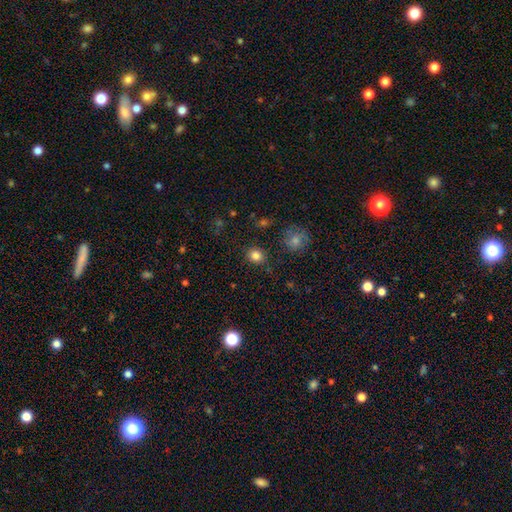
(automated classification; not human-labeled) smooth-or-featured: smooth: 83% | star or artifact: 12% | featured or disk: 6%
  how-rounded: round: 77% | in between: 23% | cigar-shaped: 1%
  merging: none: 86% | minor disturbance: 9% | major disturbance: 3% | merger: 2%